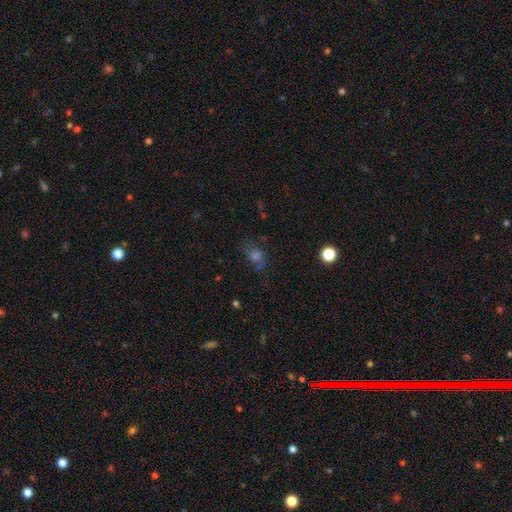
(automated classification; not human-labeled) The model was most divided on "smooth or featured": smooth: 42%, star or artifact: 32%, featured or disk: 26%. More confident: merging — none (61%).